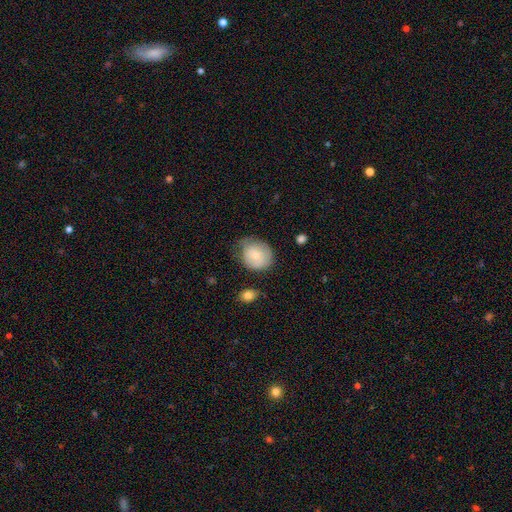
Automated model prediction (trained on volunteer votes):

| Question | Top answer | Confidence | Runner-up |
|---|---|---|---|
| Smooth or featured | smooth | 70% | featured or disk (23%) |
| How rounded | round | 68% | in between (31%) |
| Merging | none | 50% | minor disturbance (35%) |